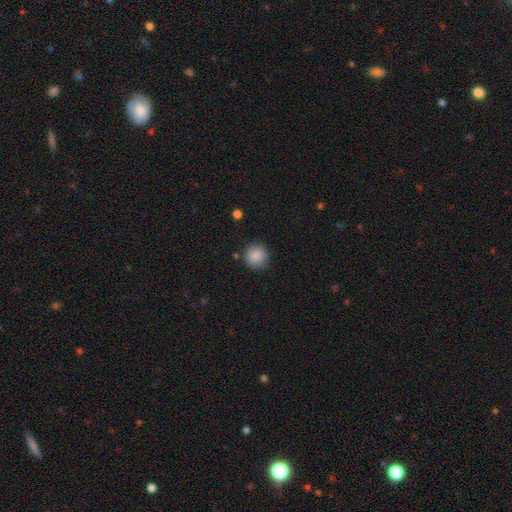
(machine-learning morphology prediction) Smooth or featured? smooth (88%)
How rounded? round (92%)
Merging? none (87%)